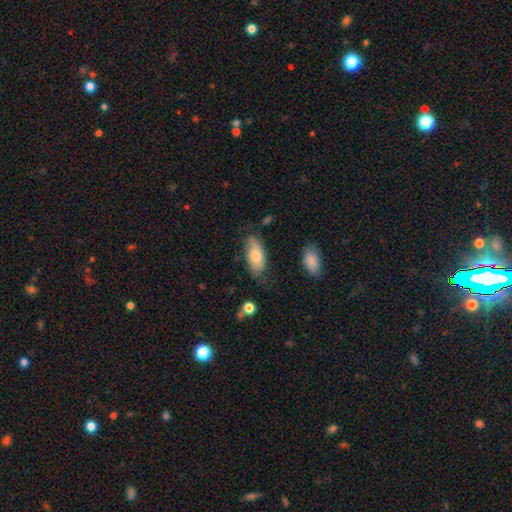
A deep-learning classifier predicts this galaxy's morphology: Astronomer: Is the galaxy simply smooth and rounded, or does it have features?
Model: smooth — 74%.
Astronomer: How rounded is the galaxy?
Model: in between — 89%.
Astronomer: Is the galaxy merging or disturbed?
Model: none — 68%.